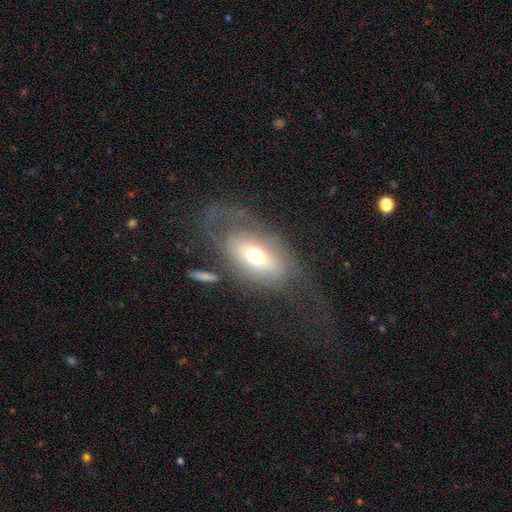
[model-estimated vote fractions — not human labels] This appears to be a smooth galaxy with no disk features (47%). Merging: none (39%).